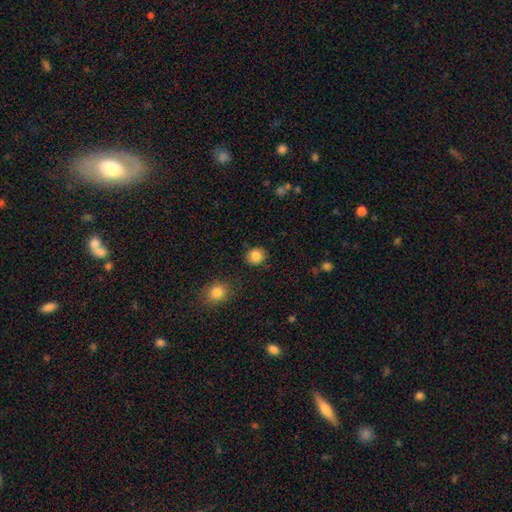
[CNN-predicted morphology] The model was most divided on "how rounded": round: 81%, in between: 18%, cigar-shaped: 1%. More confident: merging — none (87%); smooth or featured — smooth (86%).